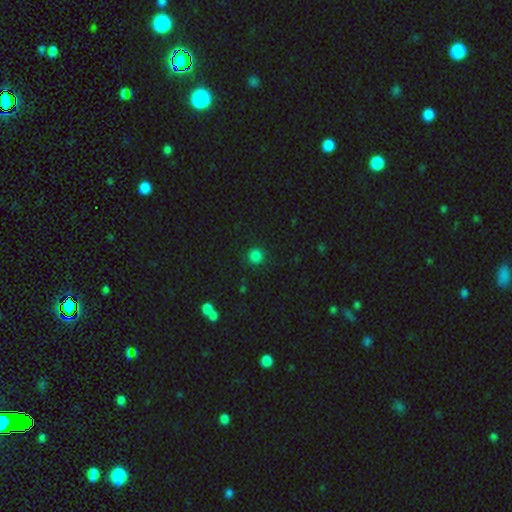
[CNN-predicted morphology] Smooth or featured?
  - smooth: 82% *
  - star or artifact: 15%
  - featured or disk: 3%
How rounded?
  - round: 93% *
  - in between: 6%
  - cigar-shaped: 1%
Merging?
  - none: 89% *
  - minor disturbance: 7%
  - major disturbance: 2%
  - merger: 2%